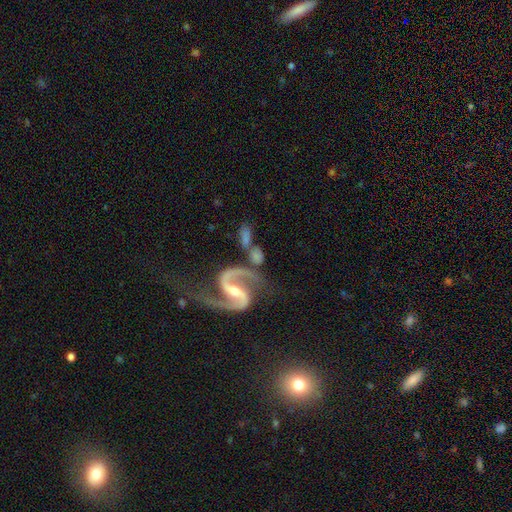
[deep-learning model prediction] smooth-or-featured: featured or disk: 90% | star or artifact: 5% | smooth: 5%
  disk-edge-on: no: 97% | yes: 3%
    bar: strong: 47% | weak: 35% | no: 18%
    has-spiral-arms: yes: 97% | no: 3%
      spiral-winding: medium: 50% | loose: 38% | tight: 12%
      spiral-arm-count: 2: 93% | 1: 2% | can't tell: 2% | 3: 1% | 4: 1% | more than 4: 1%
    bulge-size: small: 58% | moderate: 35% | none: 4% | large: 2% | dominant: 1%
  merging: none: 54% | minor disturbance: 19% | merger: 16% | major disturbance: 11%